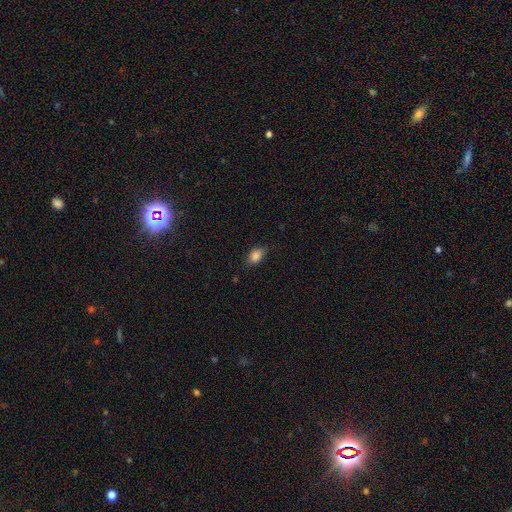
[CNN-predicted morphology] smooth_or_featured: smooth (p=0.86) [alt: star or artifact p=0.09]
how_rounded: in between (p=0.83) [alt: round p=0.15]
merging: none (p=0.78) [alt: minor disturbance p=0.18]